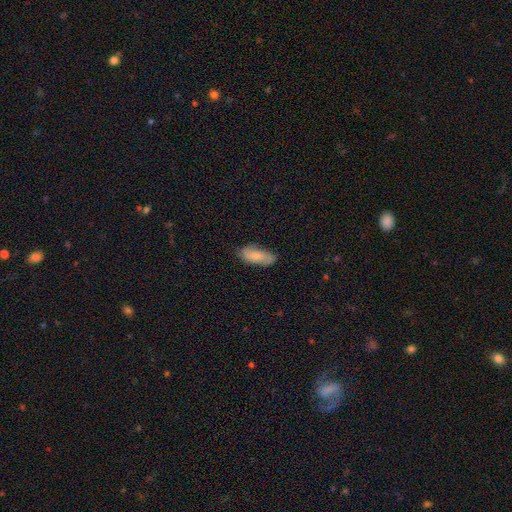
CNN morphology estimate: type=smooth (78%); roundness=in between (76%); merging=none (76%).